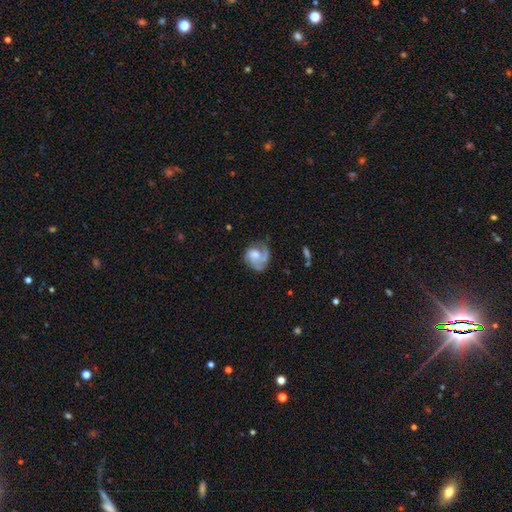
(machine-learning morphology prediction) This appears to be a featured or disk galaxy (64%) with no bar (69%), 2 (33%) medium (42%) spiral arms (85%) and a moderate central bulge (46%). Merging: none (48%).